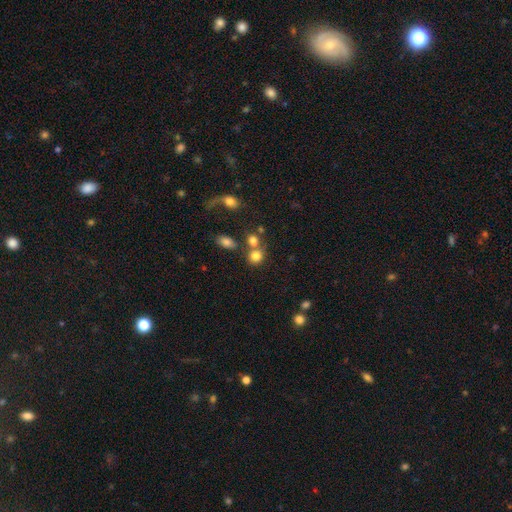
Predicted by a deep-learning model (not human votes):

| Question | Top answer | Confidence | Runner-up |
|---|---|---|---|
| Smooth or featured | smooth | 79% | star or artifact (12%) |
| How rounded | round | 79% | in between (19%) |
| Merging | none | 50% | merger (34%) |